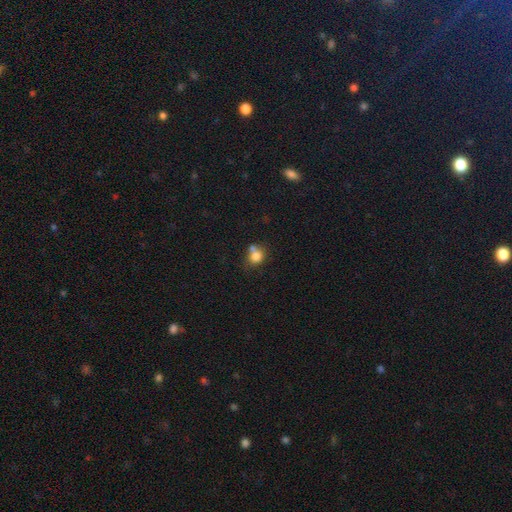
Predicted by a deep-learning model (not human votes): smooth-or-featured: smooth: 80% | star or artifact: 11% | featured or disk: 9%
  how-rounded: round: 73% | in between: 26% | cigar-shaped: 1%
  merging: none: 48% | merger: 35% | minor disturbance: 13% | major disturbance: 5%